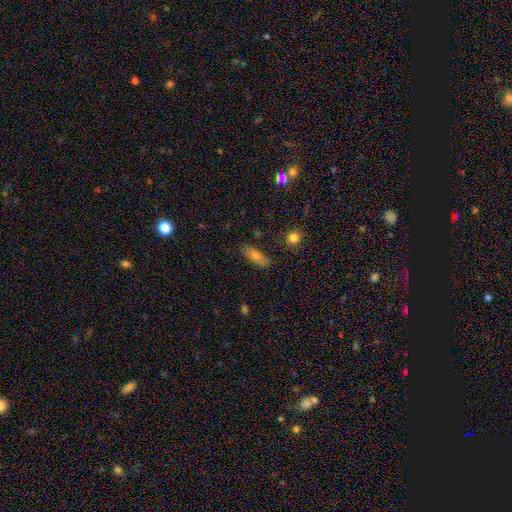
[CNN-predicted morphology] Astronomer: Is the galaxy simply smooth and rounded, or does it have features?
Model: smooth — 67%.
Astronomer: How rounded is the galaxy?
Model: in between — 62%.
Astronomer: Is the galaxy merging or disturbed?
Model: none — 84%.